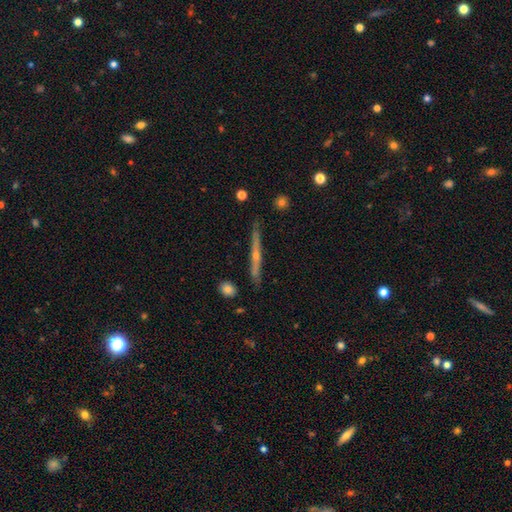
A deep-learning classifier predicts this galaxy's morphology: smooth-or-featured: featured or disk: 75% | smooth: 18% | star or artifact: 6%
  disk-edge-on: yes: 97% | no: 3%
    edge-on-bulge: rounded: 75% | none: 22% | boxy: 3%
  merging: none: 87% | minor disturbance: 9% | major disturbance: 2% | merger: 2%